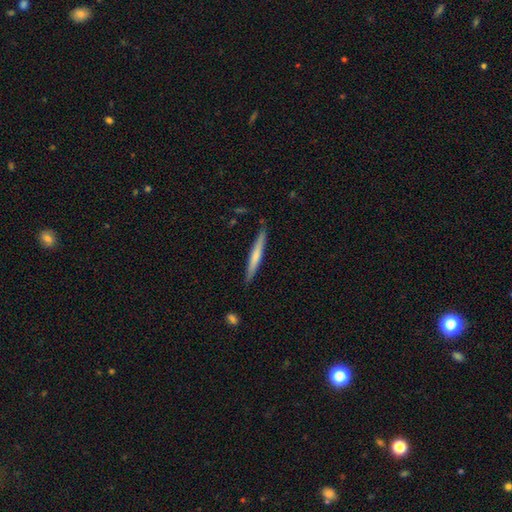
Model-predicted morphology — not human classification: A smooth galaxy with no disk features (57%) that is cigar-shaped (96%).

Vote fractions:
- Smooth or featured? smooth: 57% / featured or disk: 38% / star or artifact: 5%
- How rounded? cigar-shaped: 96% / in between: 3% / round: 1%
- Merging? none: 89% / minor disturbance: 9% / major disturbance: 2% / merger: 1%